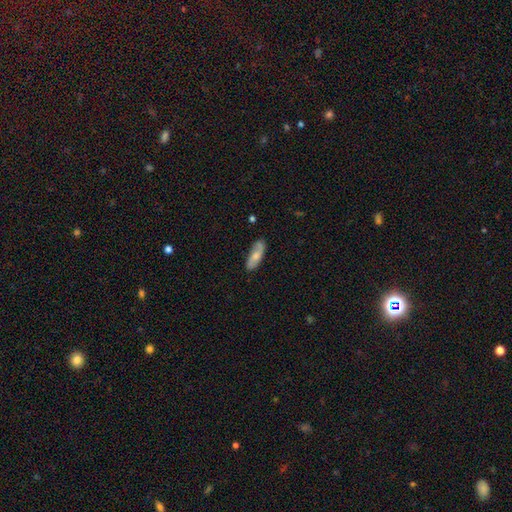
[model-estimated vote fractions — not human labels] smooth-or-featured: smooth: 65% | featured or disk: 29% | star or artifact: 6%
  how-rounded: in between: 64% | cigar-shaped: 33% | round: 2%
  merging: none: 75% | minor disturbance: 19% | major disturbance: 4% | merger: 2%